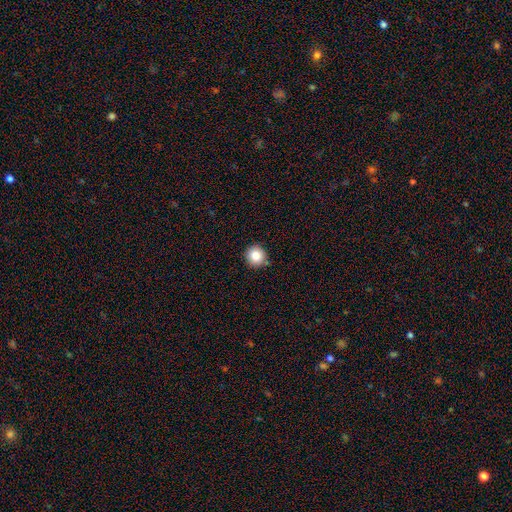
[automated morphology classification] Smooth or featured: smooth — 84% (star or artifact — 10%)
How rounded: round — 94% (in between — 5%)
Merging: none — 86% (minor disturbance — 9%)